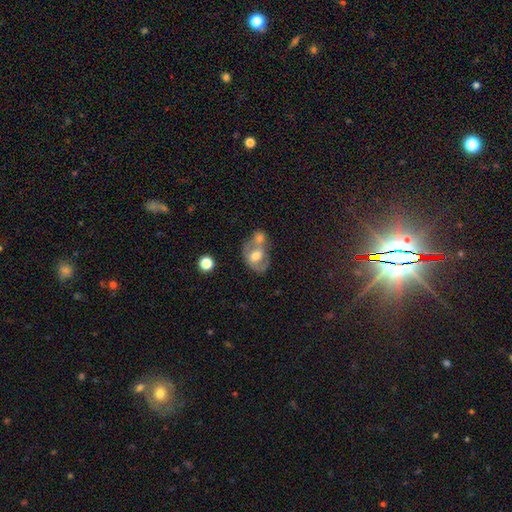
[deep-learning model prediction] Smooth or featured? smooth (47%)
Merging? merger (56%)